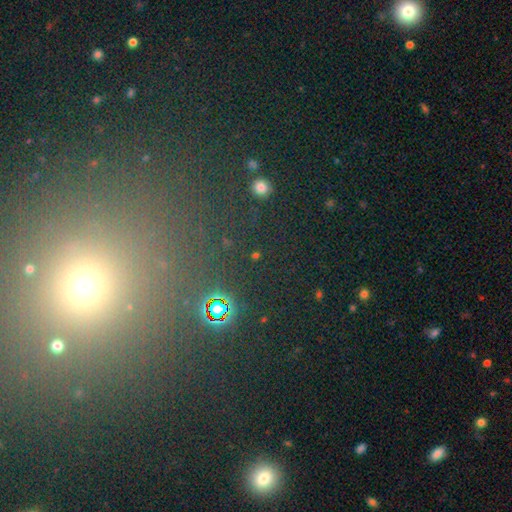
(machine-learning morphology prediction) A star or artifact, not a galaxy (62%).